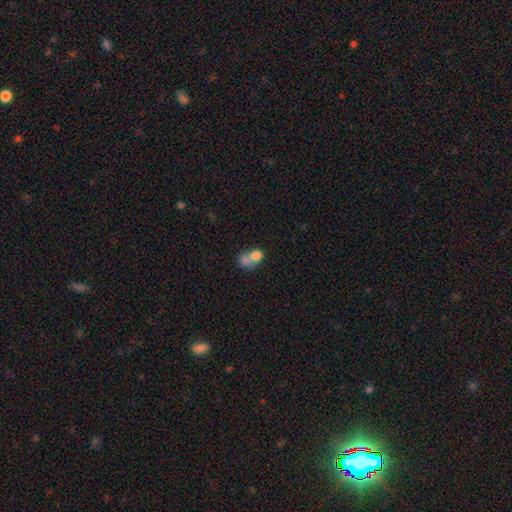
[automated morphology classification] smooth_or_featured: smooth (p=0.69) [alt: featured or disk p=0.20]
how_rounded: round (p=0.50) [alt: in between p=0.49]
merging: merger (p=0.60) [alt: none p=0.21]